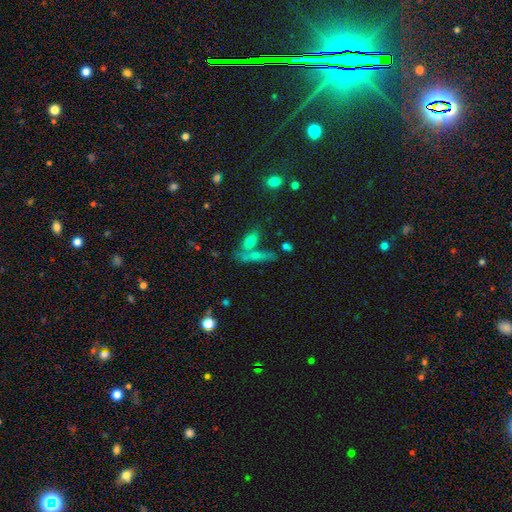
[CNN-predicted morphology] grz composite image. It shows a smooth galaxy with no disk features (63%) that is cigar-shaped (55%). Merging: none (46%).